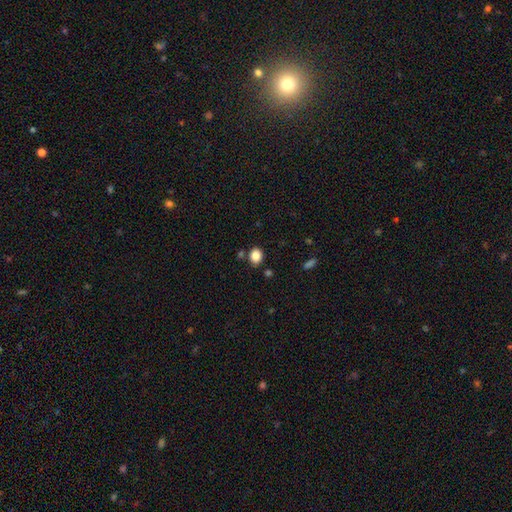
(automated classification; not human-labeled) Morphology: type=smooth (86%); roundness=round (54%); merging=none (81%).